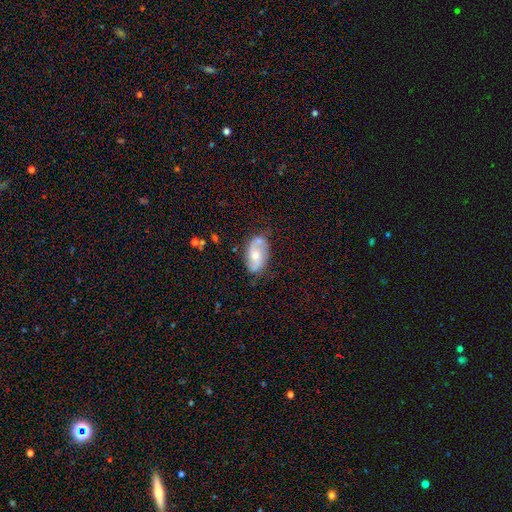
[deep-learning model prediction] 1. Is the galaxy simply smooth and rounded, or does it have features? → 65% featured or disk, 28% smooth, 7% star or artifact.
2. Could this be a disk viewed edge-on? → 95% no, 5% yes.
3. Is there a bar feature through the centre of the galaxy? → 64% no, 29% weak, 7% strong.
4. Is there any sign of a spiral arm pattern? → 87% yes, 13% no.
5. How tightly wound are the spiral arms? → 44% loose, 40% medium, 16% tight.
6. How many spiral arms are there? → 87% 2, 8% can't tell, 2% 1, 2% 3, 1% 4, 1% more than 4.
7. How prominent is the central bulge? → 57% moderate, 36% small, 4% large, 2% none, 1% dominant.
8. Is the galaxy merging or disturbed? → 63% none, 21% minor disturbance, 10% merger, 6% major disturbance.